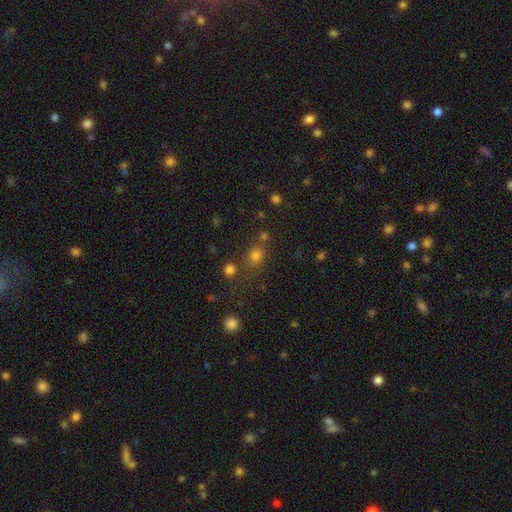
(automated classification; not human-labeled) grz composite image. It shows a smooth galaxy with no disk features (71%) that is round (71%). Merging: none (65%).